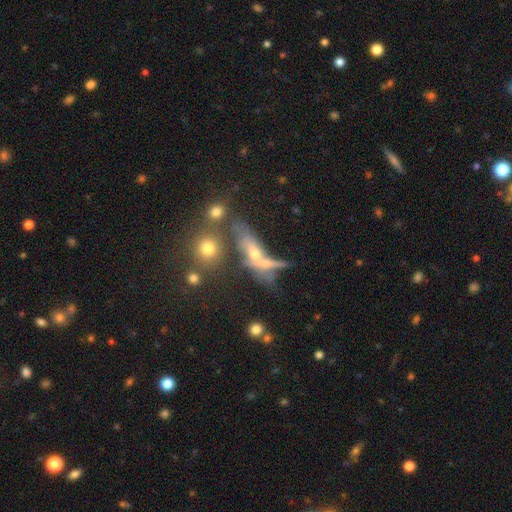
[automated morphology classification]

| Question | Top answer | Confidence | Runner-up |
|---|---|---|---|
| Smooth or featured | featured or disk | 44% | smooth (33%) |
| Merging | none | 38% | merger (28%) |